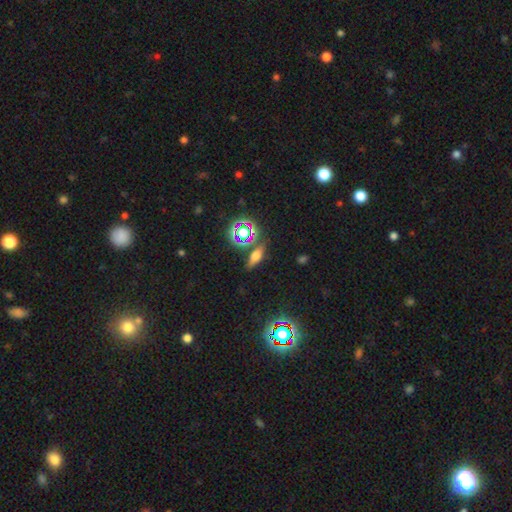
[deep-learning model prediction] The model was most divided on "smooth or featured": smooth: 48%, star or artifact: 29%, featured or disk: 23%. More confident: merging — none (79%).